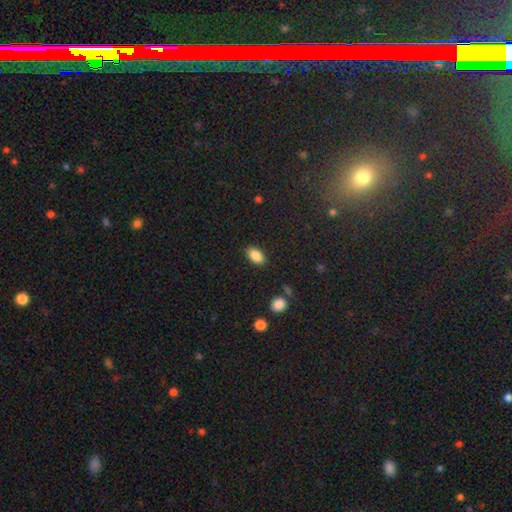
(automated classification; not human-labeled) smooth-or-featured: smooth: 86% | star or artifact: 8% | featured or disk: 5%
  how-rounded: in between: 90% | round: 7% | cigar-shaped: 3%
  merging: none: 86% | minor disturbance: 10% | major disturbance: 3% | merger: 1%